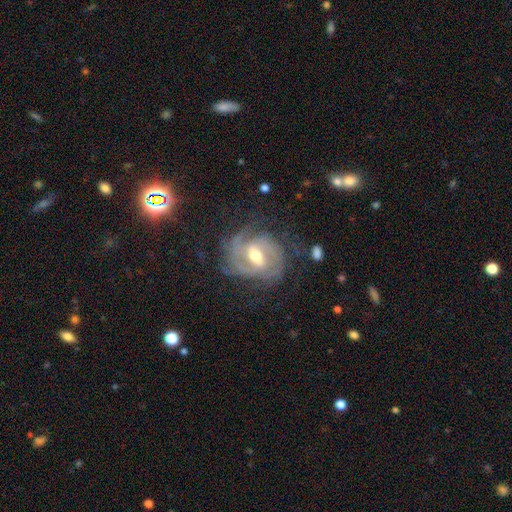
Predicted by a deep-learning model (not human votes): Smooth or featured: featured or disk — 87% (smooth — 8%)
Edge-on disk: no — 97% (yes — 3%)
Bar: weak — 50% (strong — 35%)
Spiral arms: yes — 95% (no — 5%)
Spiral winding: tight — 46% (medium — 41%)
Spiral arm count: 2 — 43% (3 — 22%)
Bulge size: moderate — 67% (small — 25%)
Merging: none — 65% (minor disturbance — 20%)